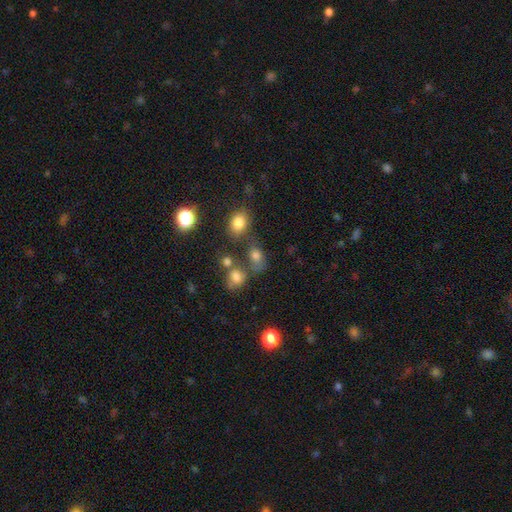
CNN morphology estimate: Q: Smooth or featured?
A: smooth (73%); runner-up: star or artifact (16%)
Q: How rounded?
A: in between (65%); runner-up: round (33%)
Q: Merging?
A: none (48%); runner-up: merger (26%)